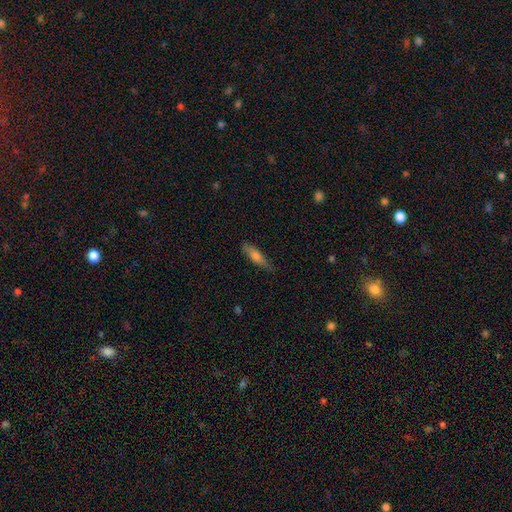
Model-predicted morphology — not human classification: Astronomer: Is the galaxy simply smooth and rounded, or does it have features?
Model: smooth — 64%.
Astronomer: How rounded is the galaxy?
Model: cigar-shaped — 68%.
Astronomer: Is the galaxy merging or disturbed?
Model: none — 78%.